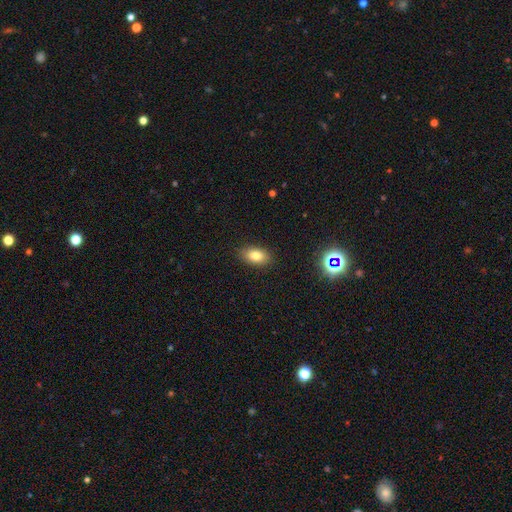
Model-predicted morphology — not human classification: smooth-or-featured: smooth: 80% | star or artifact: 10% | featured or disk: 9%
  how-rounded: in between: 89% | round: 9% | cigar-shaped: 3%
  merging: none: 87% | minor disturbance: 10% | major disturbance: 2% | merger: 1%